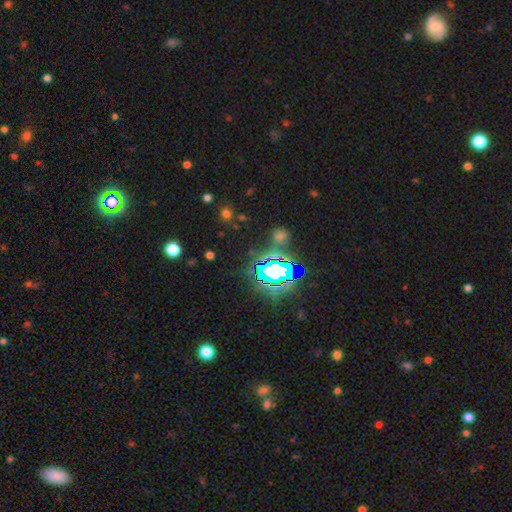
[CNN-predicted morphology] Q: Smooth or featured?
A: star or artifact (77%); runner-up: smooth (15%)